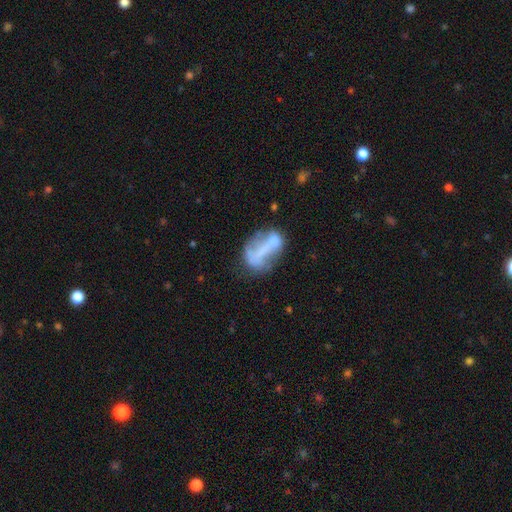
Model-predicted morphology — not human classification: A featured or disk galaxy (48%). Merging: none (33%).